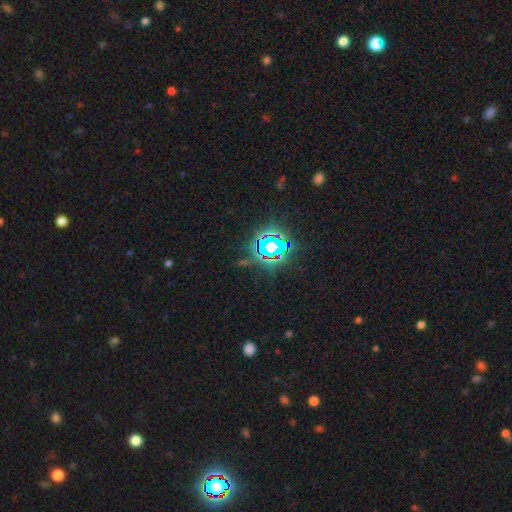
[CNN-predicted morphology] Smooth or featured: star or artifact — 84% (smooth — 10%)